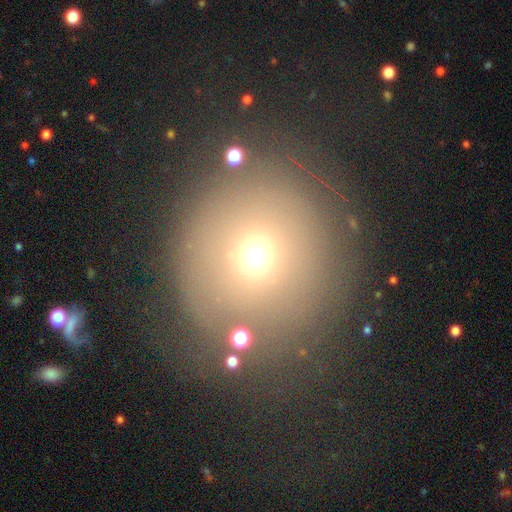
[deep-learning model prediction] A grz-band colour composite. It shows a smooth galaxy with no disk features (66%) that is round (88%). Merging: none (74%).